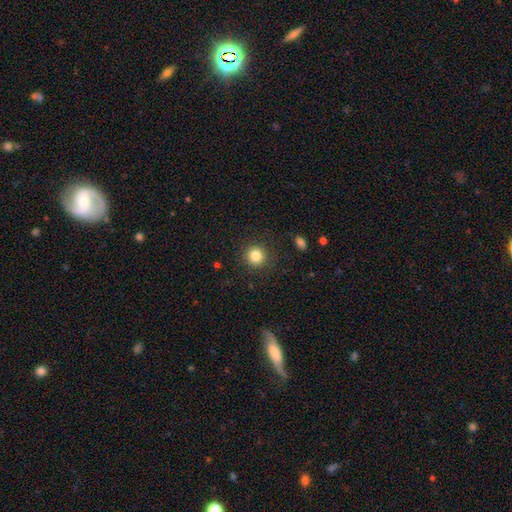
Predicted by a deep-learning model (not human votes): This is clearly a smooth galaxy (84%). How rounded: clearly round (93%). Merging: clearly none (90%).